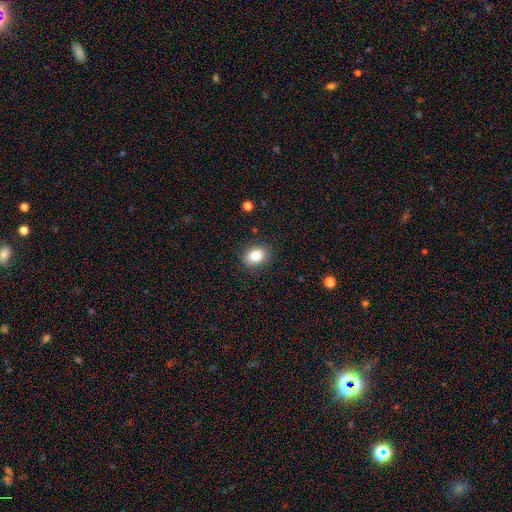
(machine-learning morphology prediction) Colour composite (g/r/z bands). It shows a smooth galaxy with no disk features (83%) that is in between round and cigar-shaped (62%). Merging: none (88%).